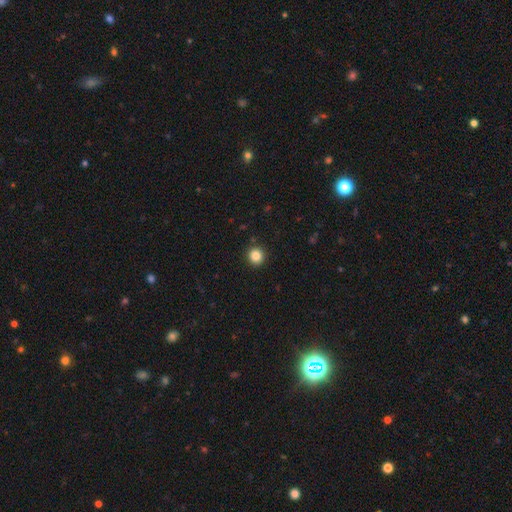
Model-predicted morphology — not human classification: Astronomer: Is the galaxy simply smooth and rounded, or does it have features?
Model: smooth — 86%.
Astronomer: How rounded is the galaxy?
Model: round — 92%.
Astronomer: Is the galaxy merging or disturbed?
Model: none — 92%.